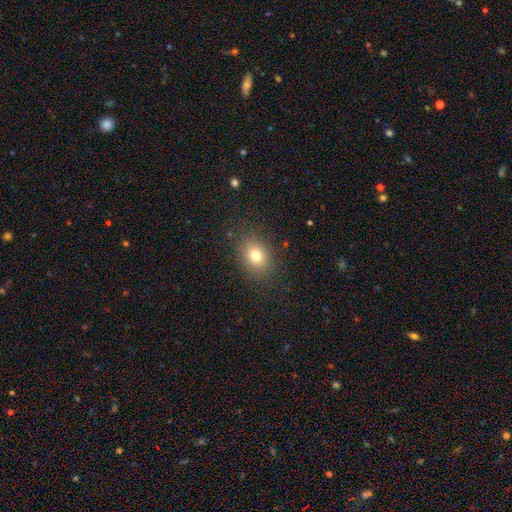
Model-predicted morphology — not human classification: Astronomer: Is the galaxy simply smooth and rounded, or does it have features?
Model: smooth — 77%.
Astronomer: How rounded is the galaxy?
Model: in between — 55% (runner-up: round, 43%).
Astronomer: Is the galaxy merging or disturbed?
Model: none — 85%.